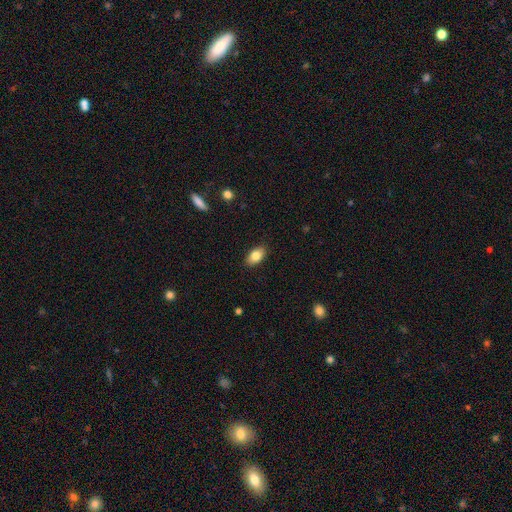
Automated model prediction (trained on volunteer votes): Smooth or featured? smooth (82%)
How rounded? in between (91%)
Merging? none (88%)